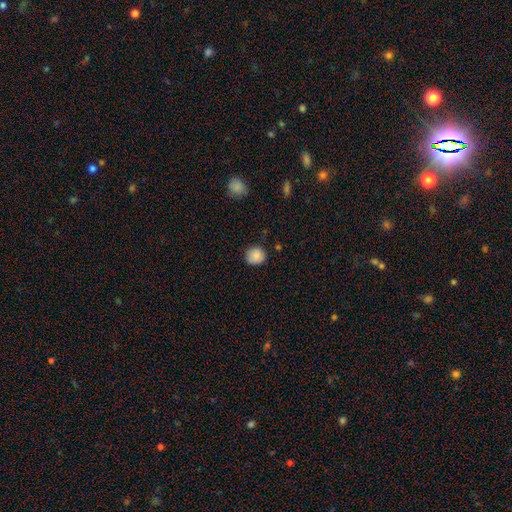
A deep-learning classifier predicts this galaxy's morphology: This is clearly a smooth galaxy (87%). How rounded: clearly round (89%). Merging: clearly none (85%).